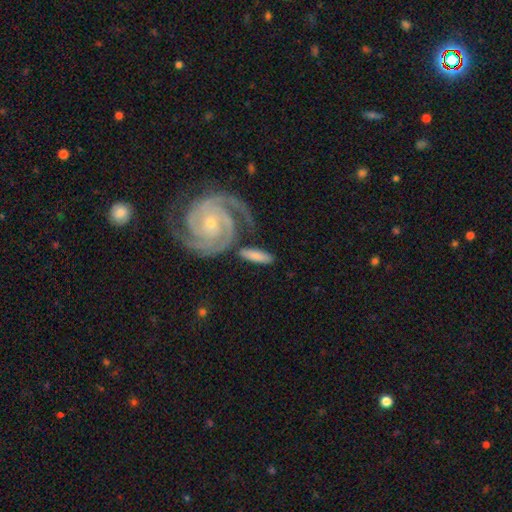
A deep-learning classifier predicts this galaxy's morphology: smooth_or_featured: smooth (p=0.58) [alt: featured or disk p=0.37]
how_rounded: cigar-shaped (p=0.56) [alt: in between p=0.41]
merging: none (p=0.69) [alt: minor disturbance p=0.14]